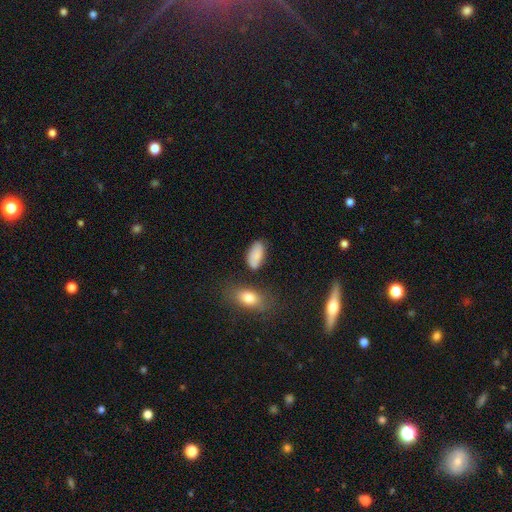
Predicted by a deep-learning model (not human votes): Smooth or featured? smooth (85%)
How rounded? in between (92%)
Merging? none (73%)